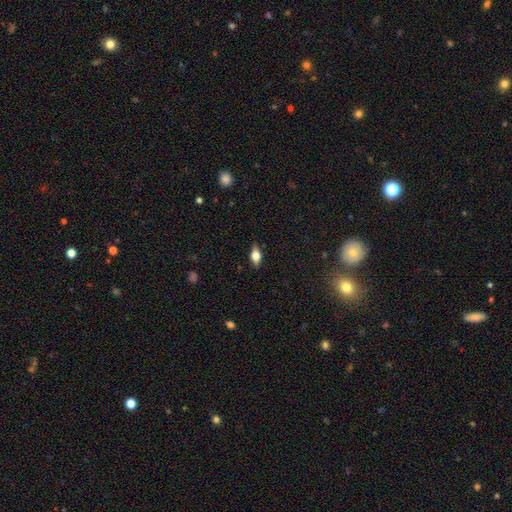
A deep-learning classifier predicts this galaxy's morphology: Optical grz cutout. It shows a smooth galaxy with no disk features (54%) that is in between round and cigar-shaped (79%). Merging: none (86%).